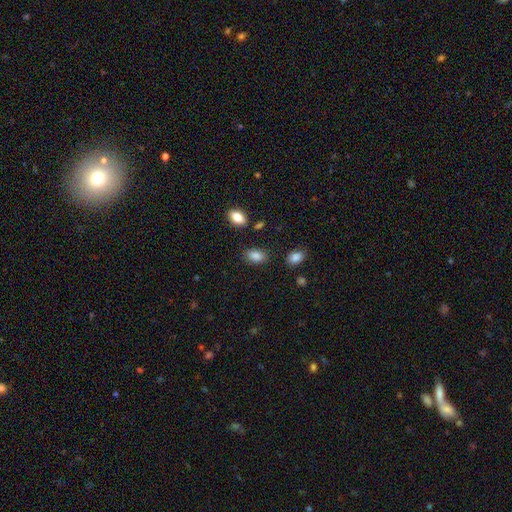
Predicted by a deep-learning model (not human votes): Smooth or featured? Predicted: smooth (p=0.86). How rounded? Predicted: in between (p=0.90). Merging? Predicted: none (p=0.83).